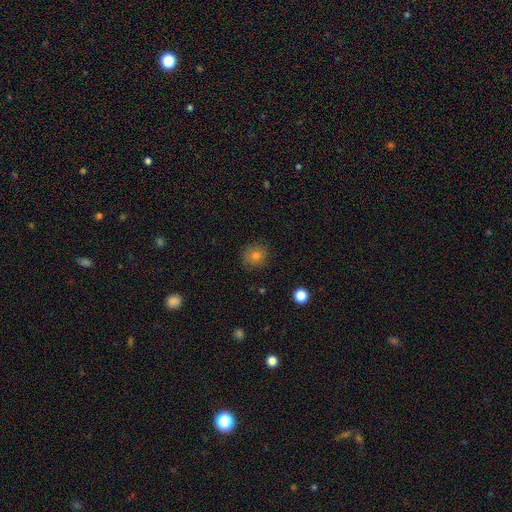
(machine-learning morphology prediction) Smooth or featured? Predicted: smooth (p=0.78). How rounded? Predicted: round (p=0.86). Merging? Predicted: none (p=0.86).